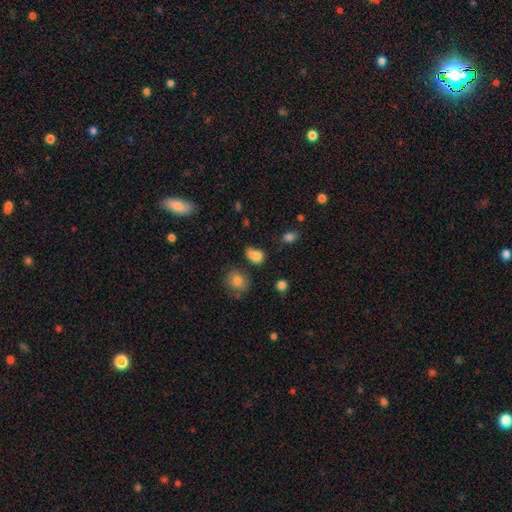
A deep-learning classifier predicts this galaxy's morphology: The model was most divided on "merging": none: 43%, minor disturbance: 33%, major disturbance: 15%, merger: 9%. More confident: smooth or featured — smooth (80%); how rounded — in between (68%).